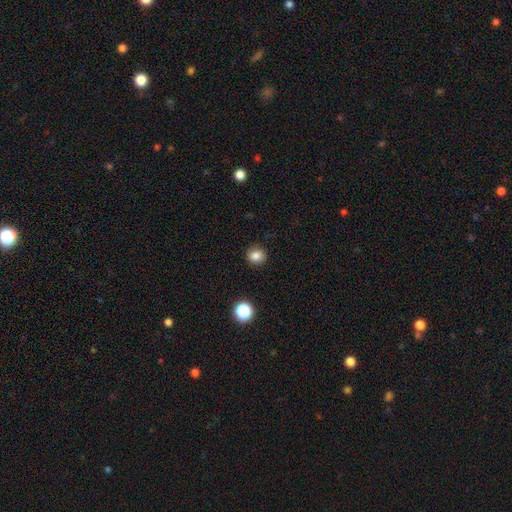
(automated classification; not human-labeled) A smooth galaxy with no disk features (82%) that is round (85%). Merging: none (89%).